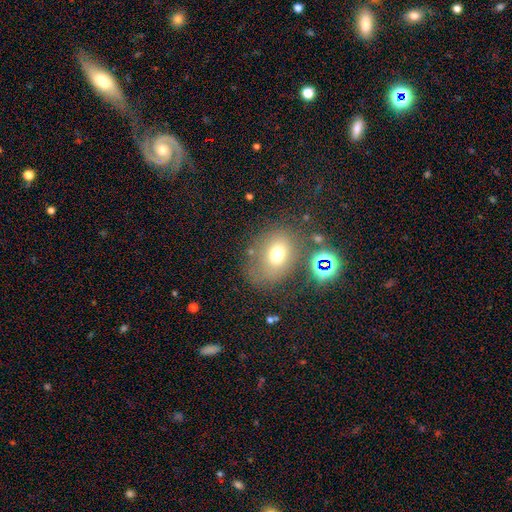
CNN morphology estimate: smooth-or-featured: smooth: 46% | featured or disk: 34% | star or artifact: 20%
  merging: none: 64% | minor disturbance: 18% | major disturbance: 9% | merger: 8%